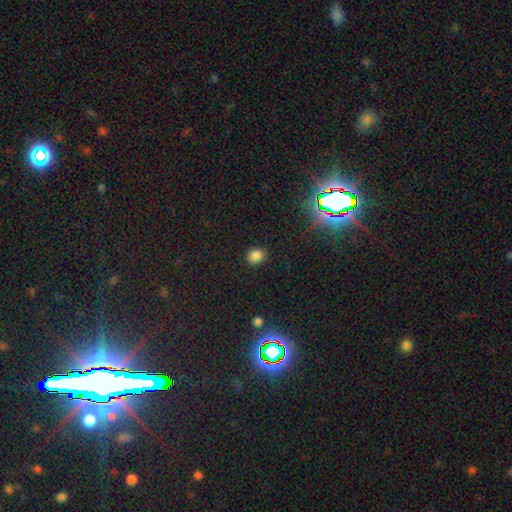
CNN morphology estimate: The model was most divided on "how rounded": round: 67%, in between: 32%, cigar-shaped: 1%. More confident: merging — none (86%); smooth or featured — smooth (83%).